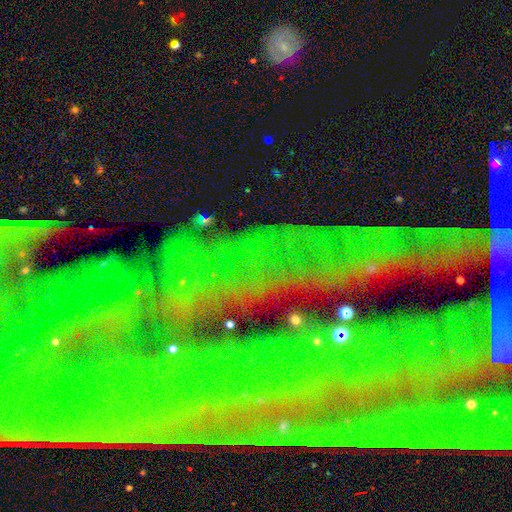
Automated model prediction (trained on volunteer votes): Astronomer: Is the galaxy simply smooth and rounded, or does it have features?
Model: star or artifact — 79%.